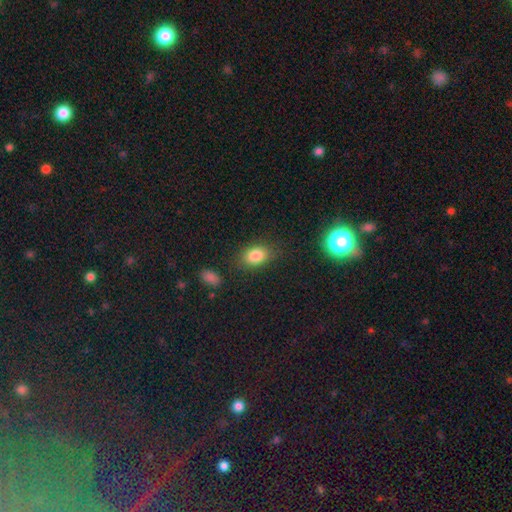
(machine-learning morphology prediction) A smooth galaxy with no disk features (83%) that is in between round and cigar-shaped (78%). Merging: none (79%).